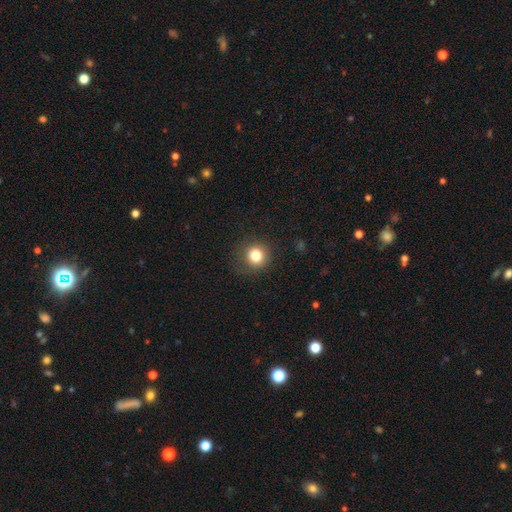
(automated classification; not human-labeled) Q: Smooth or featured?
A: smooth (82%); runner-up: star or artifact (11%)
Q: How rounded?
A: round (89%); runner-up: in between (10%)
Q: Merging?
A: none (84%); runner-up: minor disturbance (11%)